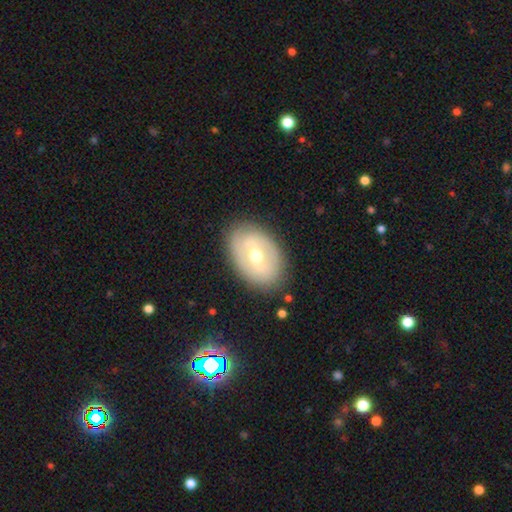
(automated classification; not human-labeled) smooth-or-featured: featured or disk: 58% | smooth: 35% | star or artifact: 7%
  disk-edge-on: no: 92% | yes: 8%
    bar: weak: 45% | no: 28% | strong: 27%
    has-spiral-arms: no: 62% | yes: 38%
    bulge-size: moderate: 67% | small: 27% | large: 4% | none: 1% | dominant: 1%
  merging: none: 82% | minor disturbance: 12% | major disturbance: 4% | merger: 1%